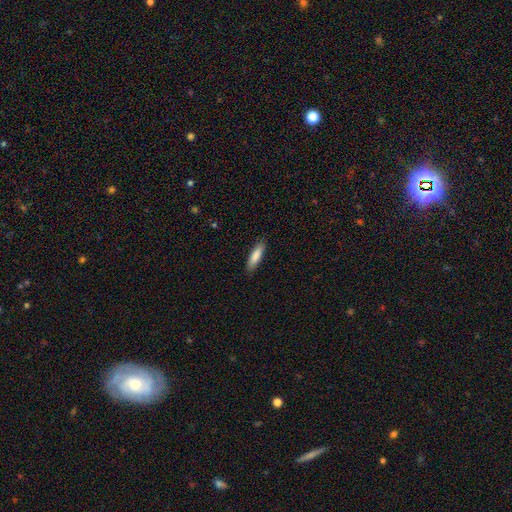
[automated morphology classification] smooth_or_featured: smooth (p=0.84) [alt: featured or disk p=0.10]
how_rounded: cigar-shaped (p=0.68) [alt: in between p=0.31]
merging: none (p=0.88) [alt: minor disturbance p=0.09]